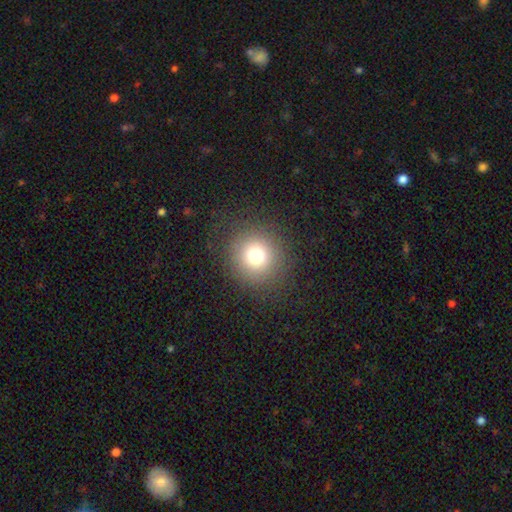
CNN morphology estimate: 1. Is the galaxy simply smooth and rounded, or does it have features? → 74% smooth, 16% star or artifact, 10% featured or disk.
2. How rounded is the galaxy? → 94% round, 5% in between, 1% cigar-shaped.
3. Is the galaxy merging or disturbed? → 86% none, 7% minor disturbance, 5% major disturbance, 1% merger.